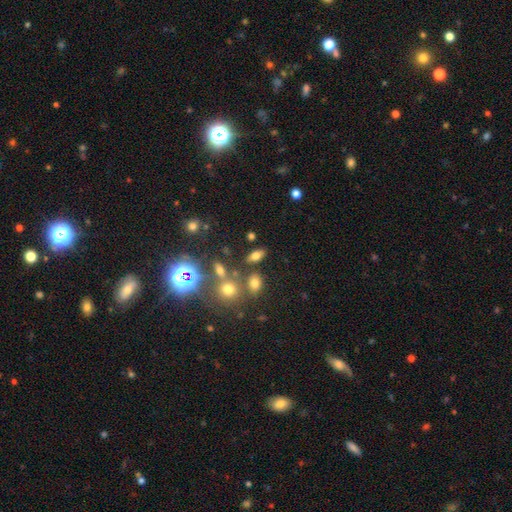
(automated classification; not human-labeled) Morphology: type=smooth (68%); roundness=in between (83%); merging=none (75%).